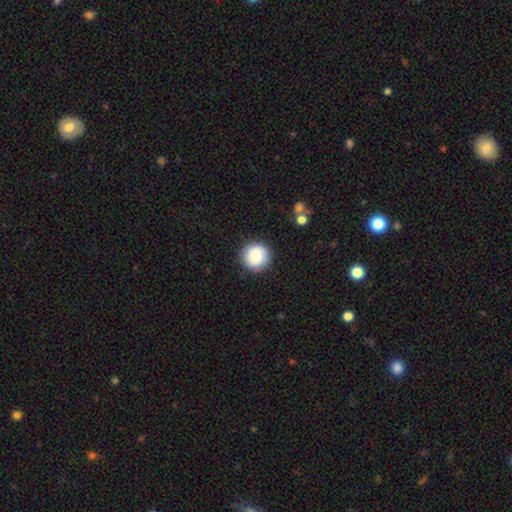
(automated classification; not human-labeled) smooth-or-featured: smooth: 85% | featured or disk: 8% | star or artifact: 7%
  how-rounded: round: 95% | in between: 4% | cigar-shaped: 1%
  merging: none: 89% | minor disturbance: 7% | major disturbance: 2% | merger: 1%